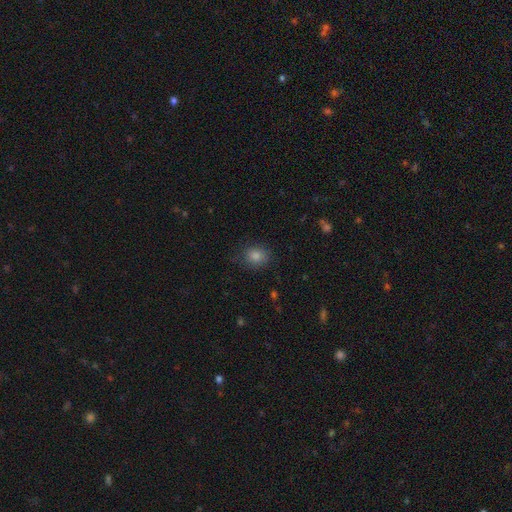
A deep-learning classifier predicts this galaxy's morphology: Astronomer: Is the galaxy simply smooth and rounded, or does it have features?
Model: smooth — 79%.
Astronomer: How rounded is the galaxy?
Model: round — 68%.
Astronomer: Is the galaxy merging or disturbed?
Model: none — 83%.